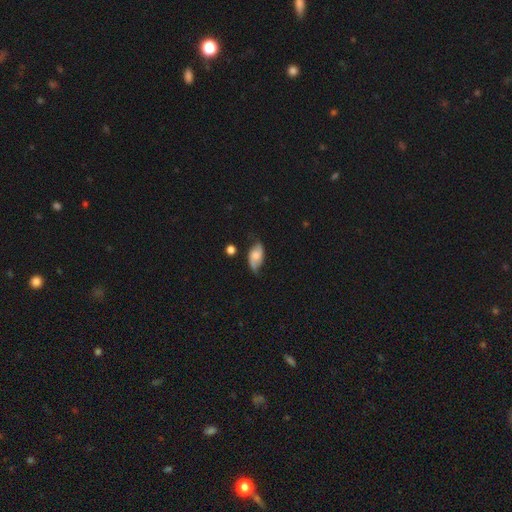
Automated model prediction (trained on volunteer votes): Smooth or featured?
  - featured or disk: 52% *
  - smooth: 41%
  - star or artifact: 8%
Edge-on disk?
  - no: 93% *
  - yes: 7%
Merging?
  - none: 57% *
  - minor disturbance: 30%
  - major disturbance: 10%
  - merger: 3%